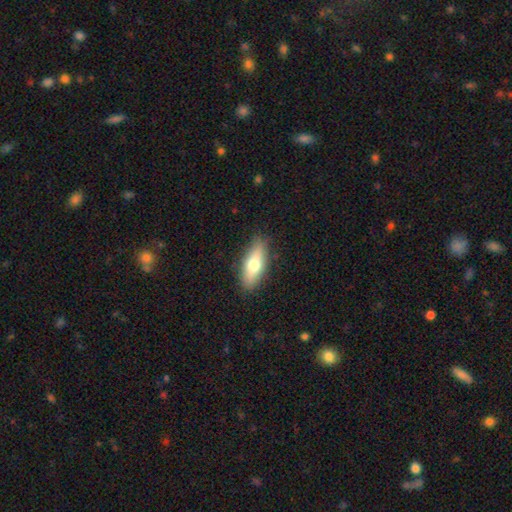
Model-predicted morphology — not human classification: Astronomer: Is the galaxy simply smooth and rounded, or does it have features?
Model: smooth — 62%.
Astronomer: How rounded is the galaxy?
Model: in between — 64%.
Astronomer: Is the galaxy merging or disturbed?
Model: none — 89%.